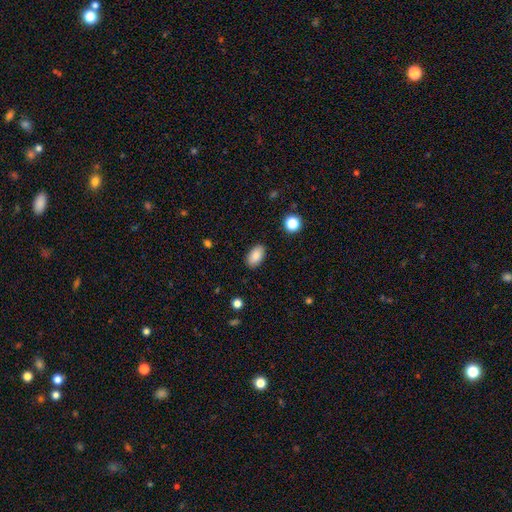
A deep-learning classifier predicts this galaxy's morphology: Smooth or featured: smooth — 87% (star or artifact — 8%)
How rounded: in between — 93% (round — 5%)
Merging: none — 88% (minor disturbance — 9%)